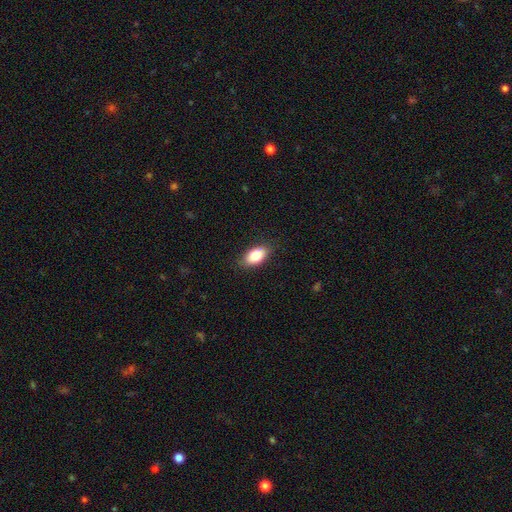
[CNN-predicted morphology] Smooth or featured? smooth (83%)
How rounded? in between (90%)
Merging? none (85%)